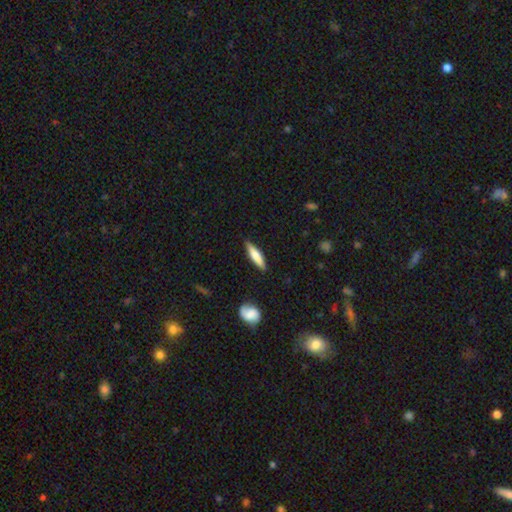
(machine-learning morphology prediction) The model was most divided on "smooth or featured": smooth: 67%, featured or disk: 27%, star or artifact: 6%. More confident: merging — none (86%); how rounded — cigar-shaped (75%).